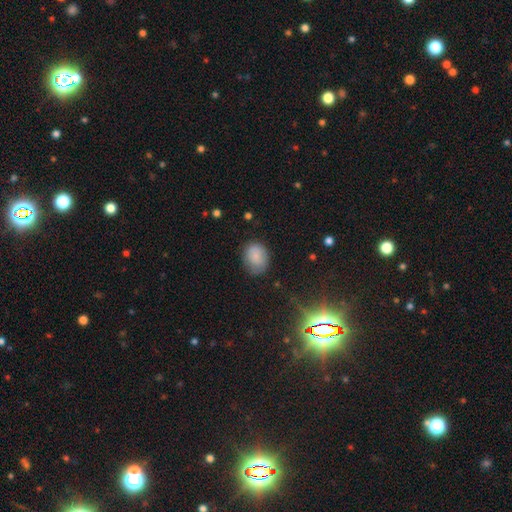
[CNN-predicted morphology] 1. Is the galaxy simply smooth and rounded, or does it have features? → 79% smooth, 12% featured or disk, 9% star or artifact.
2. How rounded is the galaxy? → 53% in between, 46% round, 1% cigar-shaped.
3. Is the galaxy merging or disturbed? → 72% none, 21% minor disturbance, 5% major disturbance, 2% merger.